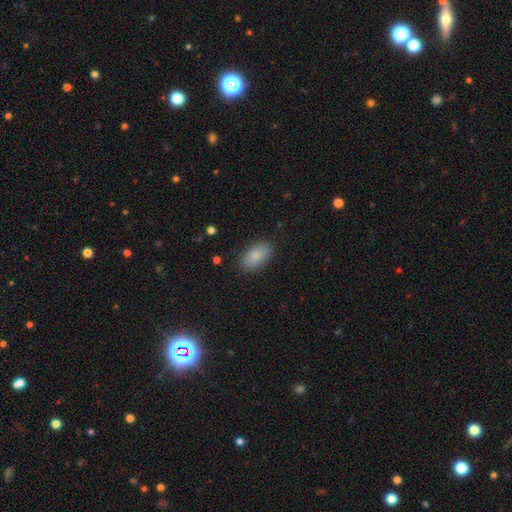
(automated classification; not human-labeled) Q: Smooth or featured?
A: smooth (85%); runner-up: featured or disk (9%)
Q: How rounded?
A: in between (93%); runner-up: round (5%)
Q: Merging?
A: none (86%); runner-up: minor disturbance (11%)